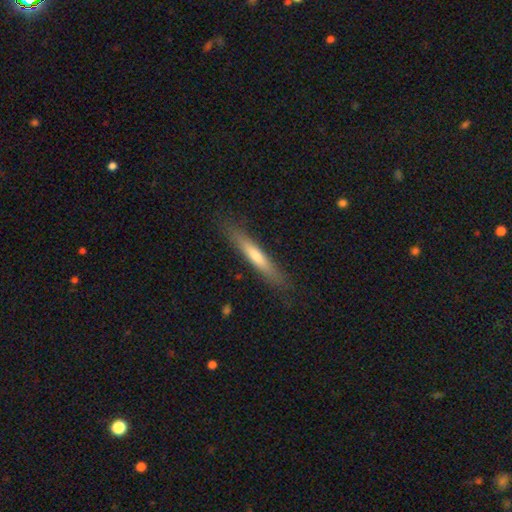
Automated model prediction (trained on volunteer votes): Q: Smooth or featured?
A: smooth (63%); runner-up: featured or disk (31%)
Q: How rounded?
A: cigar-shaped (93%); runner-up: in between (6%)
Q: Merging?
A: none (85%); runner-up: minor disturbance (11%)